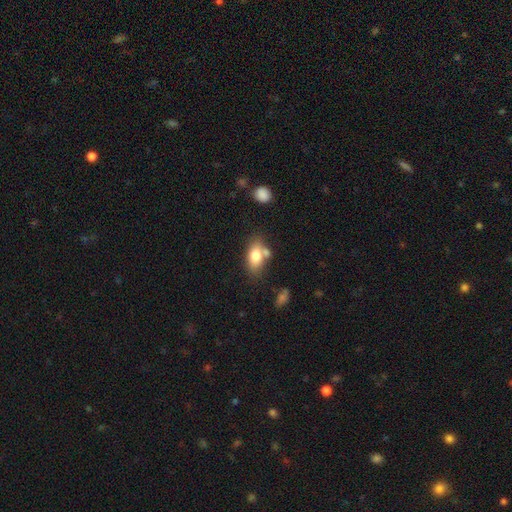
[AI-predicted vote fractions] Morphology: type=smooth (77%); roundness=in between (87%); merging=none (58%).